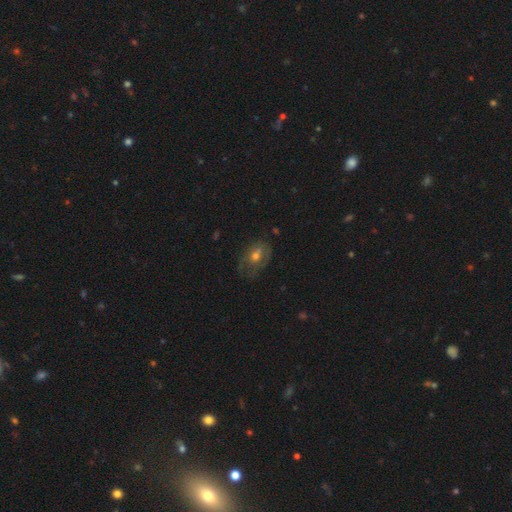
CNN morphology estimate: This is possibly a featured or disk galaxy (47%). Merging: possibly none (59%).